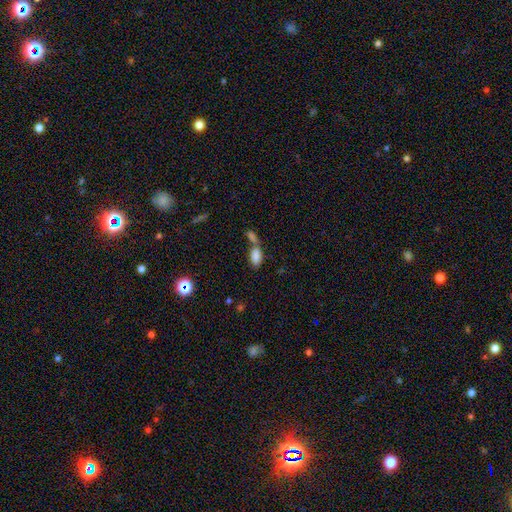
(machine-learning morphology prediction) Smooth or featured? Predicted: smooth (p=0.83). How rounded? Predicted: in between (p=0.92). Merging? Predicted: merger (p=0.57).